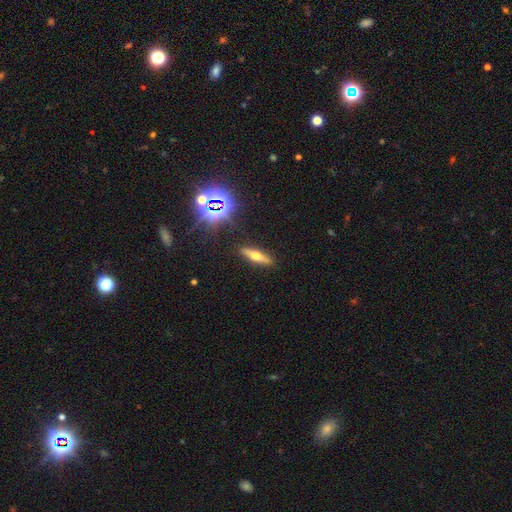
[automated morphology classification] Smooth or featured?
  - featured or disk: 51% *
  - smooth: 35%
  - star or artifact: 14%
Edge-on disk?
  - yes: 91% *
  - no: 9%
Merging?
  - none: 90% *
  - minor disturbance: 7%
  - major disturbance: 2%
  - merger: 1%